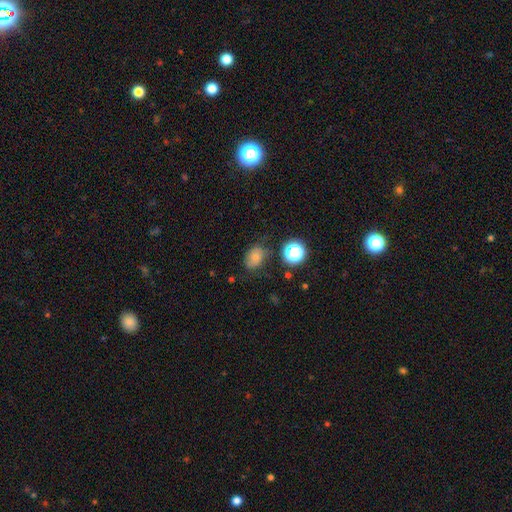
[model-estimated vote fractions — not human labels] Smooth or featured? Predicted: smooth (p=0.62). How rounded? Predicted: in between (p=0.65). Merging? Predicted: none (p=0.70).